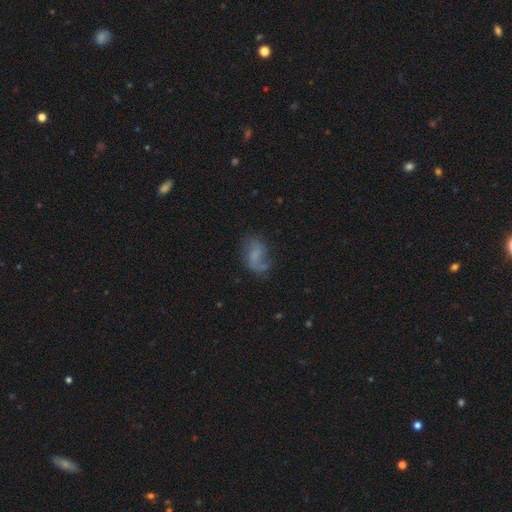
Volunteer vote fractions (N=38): This appears to be a featured or disk galaxy (61%) with no bar (48%), 1 (60%) loose (65%) spiral arms (87%) and no central bulge (78%). Merging: none (49%).